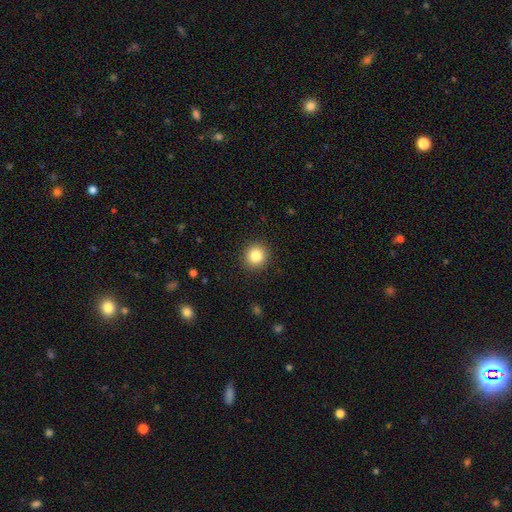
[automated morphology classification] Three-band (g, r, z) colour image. It shows a smooth galaxy with no disk features (85%) that is round (92%). Merging: none (91%).